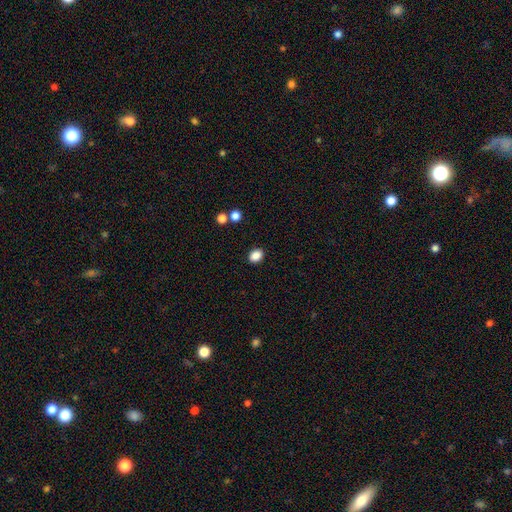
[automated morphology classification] Smooth or featured? Predicted: smooth (p=0.87). How rounded? Predicted: in between (p=0.65). Merging? Predicted: none (p=0.89).